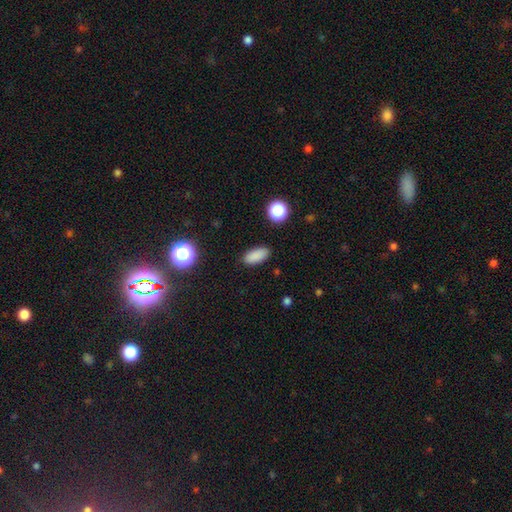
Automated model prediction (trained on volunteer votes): This is clearly a smooth galaxy (86%). How rounded: clearly in between (87%). Merging: clearly none (89%).